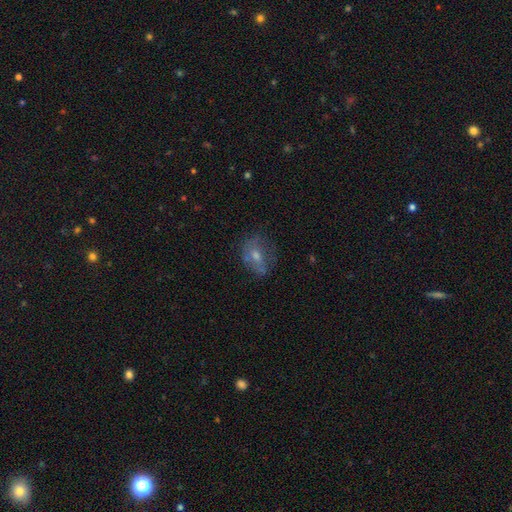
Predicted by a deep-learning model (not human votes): This appears to be a featured or disk galaxy (45%). Merging: none (62%).